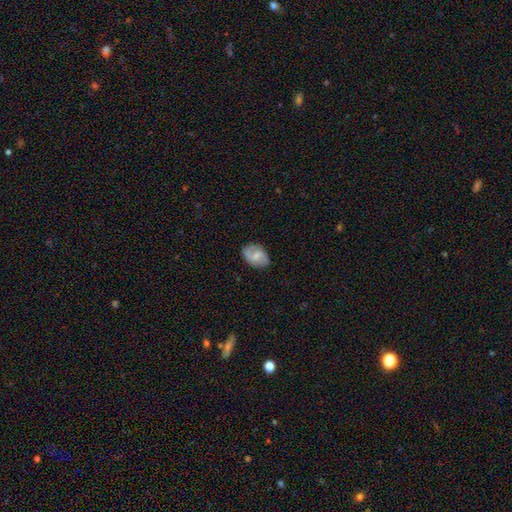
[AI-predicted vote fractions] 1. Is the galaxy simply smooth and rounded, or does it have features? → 49% smooth, 44% featured or disk, 7% star or artifact.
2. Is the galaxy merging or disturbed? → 75% none, 19% minor disturbance, 4% major disturbance, 1% merger.